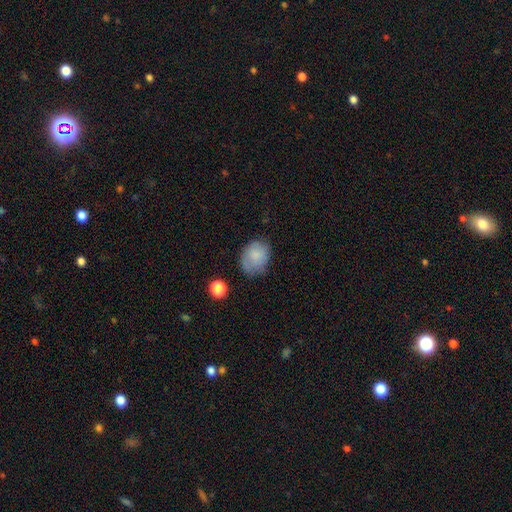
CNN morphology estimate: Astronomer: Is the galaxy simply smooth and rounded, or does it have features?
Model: smooth — 80%.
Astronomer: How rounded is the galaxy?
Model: in between — 54% (runner-up: round, 45%).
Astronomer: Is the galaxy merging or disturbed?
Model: none — 63%.